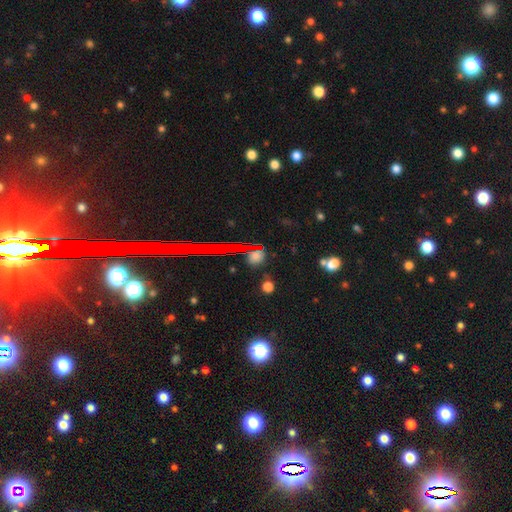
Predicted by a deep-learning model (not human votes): smooth-or-featured: smooth: 55% | star or artifact: 35% | featured or disk: 10%
  how-rounded: round: 74% | in between: 22% | cigar-shaped: 4%
  merging: none: 80% | minor disturbance: 11% | major disturbance: 5% | merger: 4%